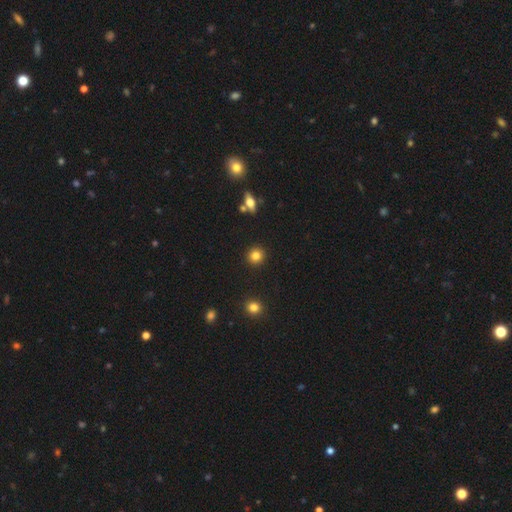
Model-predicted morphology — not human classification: Smooth or featured?
  - smooth: 83% *
  - star or artifact: 11%
  - featured or disk: 6%
How rounded?
  - round: 93% *
  - in between: 6%
  - cigar-shaped: 1%
Merging?
  - none: 91% *
  - minor disturbance: 5%
  - merger: 2%
  - major disturbance: 2%